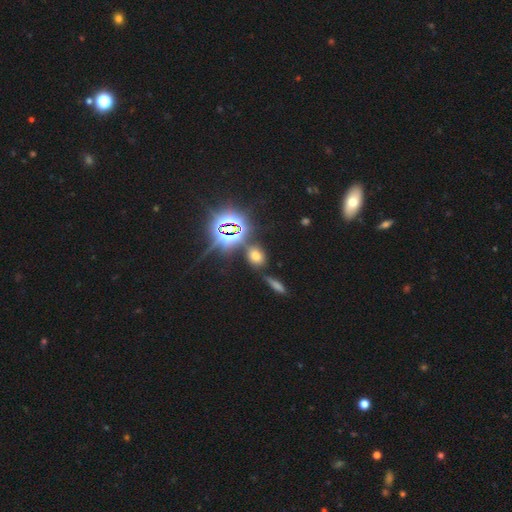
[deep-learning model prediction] Overall: smooth (50%; star or artifact 40%). How rounded: in between (50%; round 45%). Merging: none (78%).